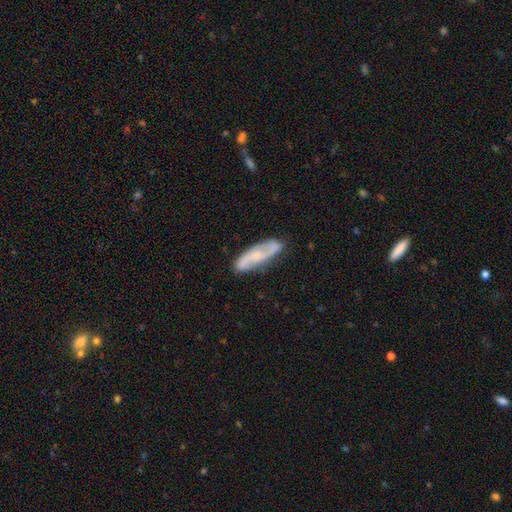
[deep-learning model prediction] smooth_or_featured: featured or disk (p=0.64) [alt: smooth p=0.29]
disk_edge_on: no (p=0.83) [alt: yes p=0.17]
bar: no (p=0.46) [alt: weak p=0.39]
has_spiral_arms: yes (p=0.91) [alt: no p=0.09]
bulge_size: small (p=0.45) [alt: none p=0.28]
merging: none (p=0.82) [alt: minor disturbance p=0.13]